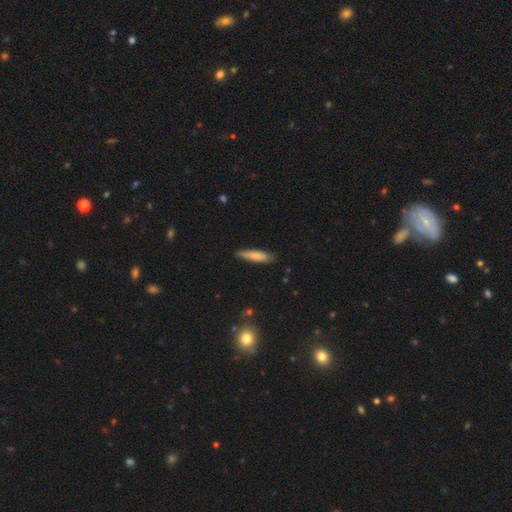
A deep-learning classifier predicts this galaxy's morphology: Smooth or featured: smooth — 77% (featured or disk — 18%)
How rounded: cigar-shaped — 80% (in between — 19%)
Merging: none — 81% (minor disturbance — 15%)